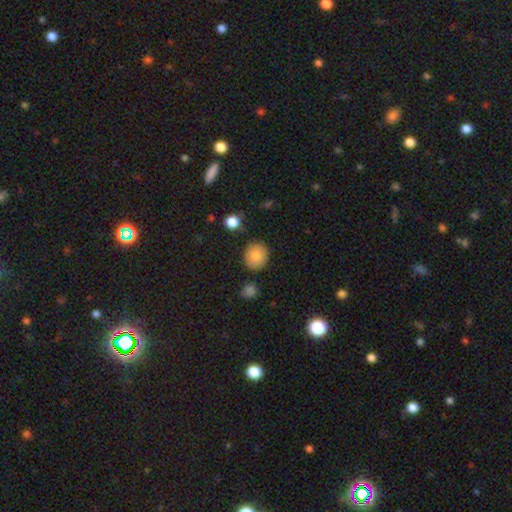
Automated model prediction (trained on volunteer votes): smooth-or-featured: smooth: 84% | star or artifact: 8% | featured or disk: 8%
  how-rounded: round: 87% | in between: 12% | cigar-shaped: 1%
  merging: none: 84% | minor disturbance: 11% | merger: 3% | major disturbance: 3%